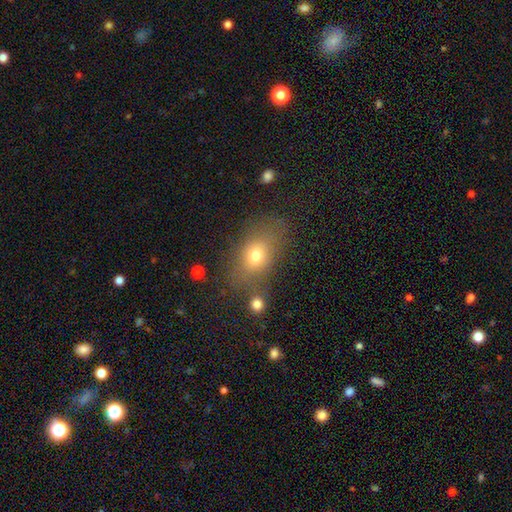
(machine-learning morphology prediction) smooth_or_featured: smooth (p=0.72) [alt: featured or disk p=0.15]
how_rounded: in between (p=0.72) [alt: round p=0.25]
merging: none (p=0.68) [alt: minor disturbance p=0.16]